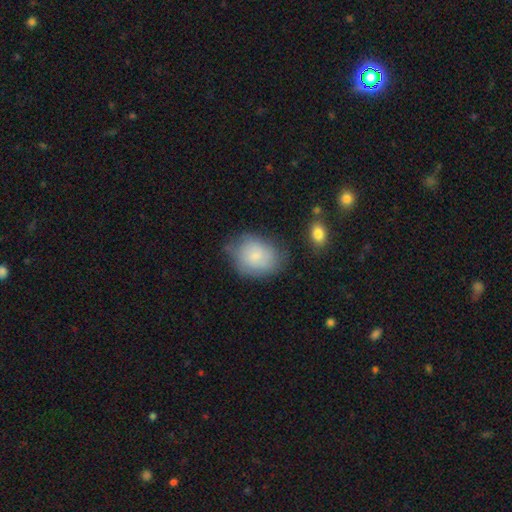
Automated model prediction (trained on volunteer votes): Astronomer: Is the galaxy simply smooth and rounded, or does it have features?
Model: smooth — 73%.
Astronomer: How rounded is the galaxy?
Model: in between — 57% (runner-up: round, 42%).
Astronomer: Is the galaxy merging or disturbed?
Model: none — 60%.